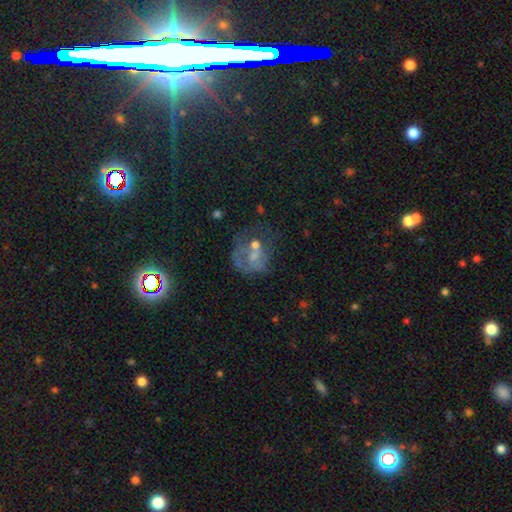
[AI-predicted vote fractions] Morphology: type=featured or disk (48%); merging=none (33%).